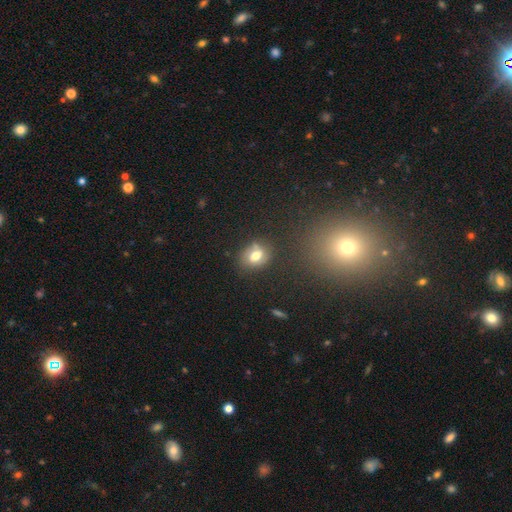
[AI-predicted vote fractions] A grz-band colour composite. It shows a smooth galaxy with no disk features (70%) that is in between round and cigar-shaped (55%). Merging: none (65%).